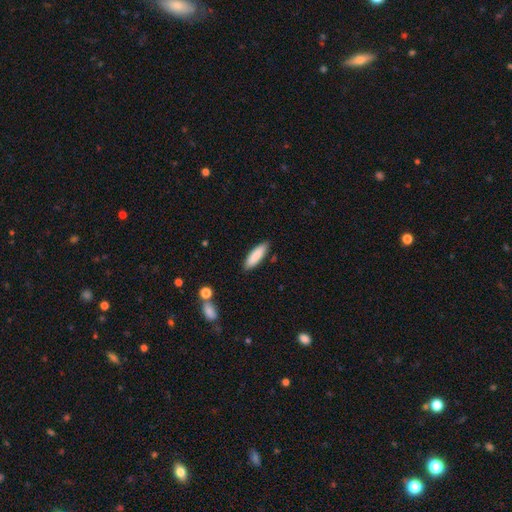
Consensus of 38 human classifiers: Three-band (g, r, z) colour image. It shows a smooth galaxy with no disk features (89%) that is in between round and cigar-shaped (50%). Merging: none (89%).